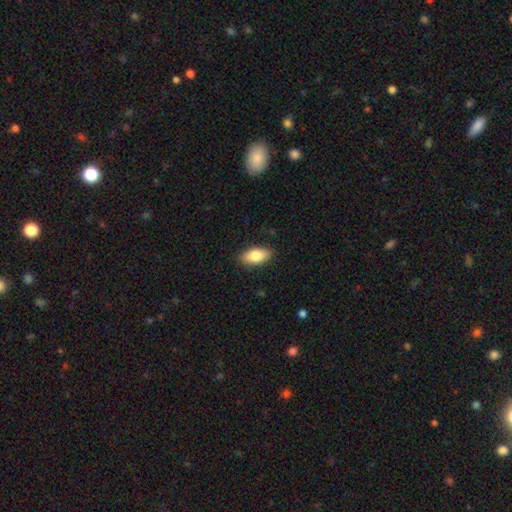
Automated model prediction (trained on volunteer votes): A smooth galaxy with no disk features (81%) that is in between round and cigar-shaped (90%).

Vote fractions:
- Smooth or featured? smooth: 81% / featured or disk: 12% / star or artifact: 7%
- How rounded? in between: 90% / cigar-shaped: 6% / round: 4%
- Merging? none: 87% / minor disturbance: 10% / major disturbance: 2% / merger: 1%